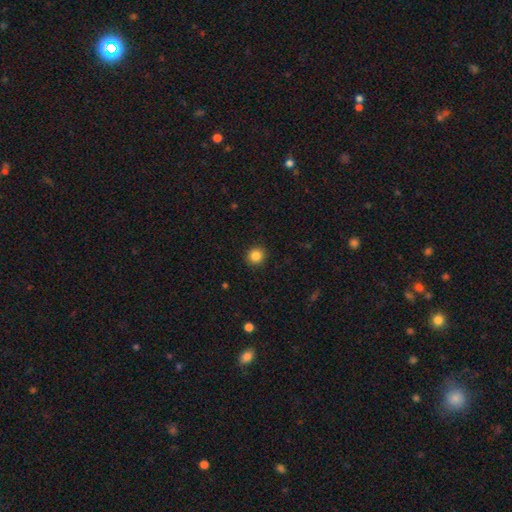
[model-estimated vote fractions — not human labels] Smooth or featured?
  - smooth: 85% *
  - star or artifact: 11%
  - featured or disk: 4%
How rounded?
  - round: 91% *
  - in between: 8%
  - cigar-shaped: 1%
Merging?
  - none: 92% *
  - minor disturbance: 5%
  - major disturbance: 2%
  - merger: 1%